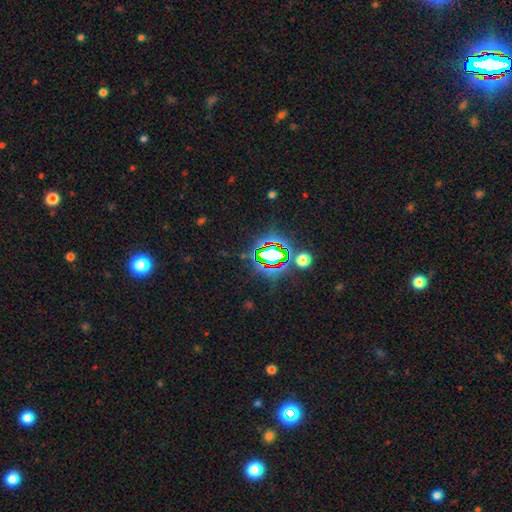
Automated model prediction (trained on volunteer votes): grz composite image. It shows a star or artifact, not a galaxy (79%).